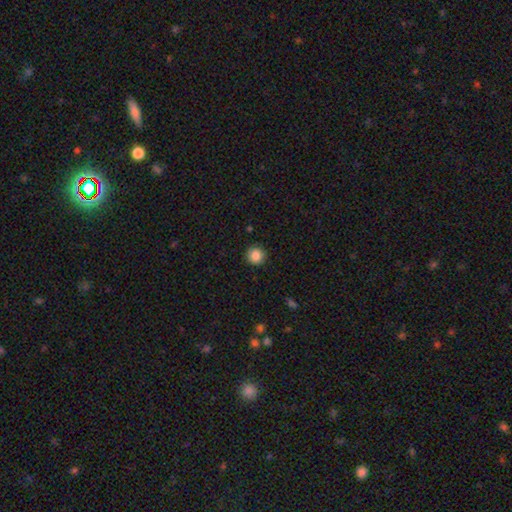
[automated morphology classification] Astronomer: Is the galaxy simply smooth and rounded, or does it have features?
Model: smooth — 86%.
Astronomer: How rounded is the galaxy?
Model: round — 94%.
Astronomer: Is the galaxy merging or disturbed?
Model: none — 91%.